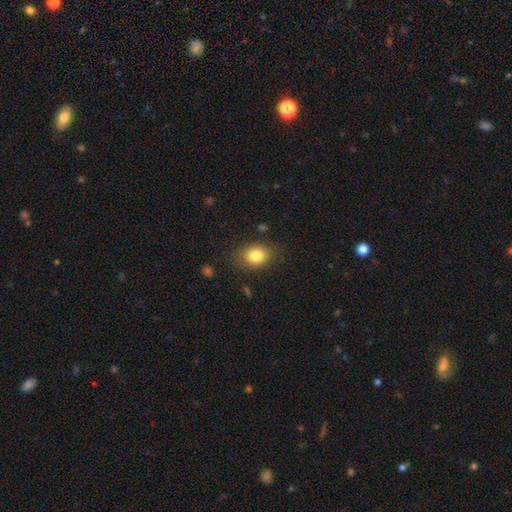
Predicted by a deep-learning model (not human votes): The model was most divided on "how rounded": in between: 56%, round: 43%, cigar-shaped: 1%. More confident: smooth or featured — smooth (82%); merging — none (81%).